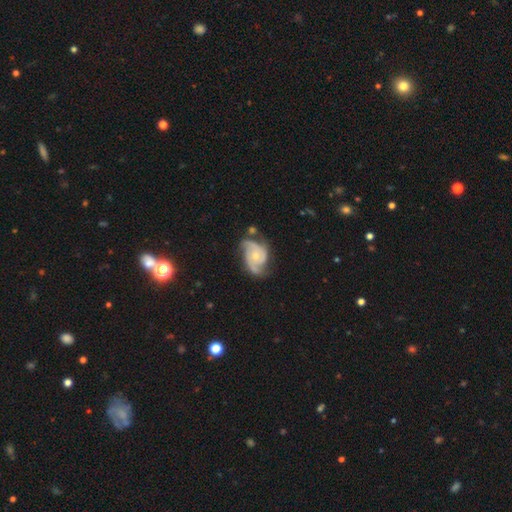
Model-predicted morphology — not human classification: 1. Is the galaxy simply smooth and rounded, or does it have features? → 82% featured or disk, 13% smooth, 5% star or artifact.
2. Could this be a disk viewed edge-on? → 98% no, 2% yes.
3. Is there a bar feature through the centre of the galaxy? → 75% no, 21% weak, 4% strong.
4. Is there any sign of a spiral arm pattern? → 94% yes, 6% no.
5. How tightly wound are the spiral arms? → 46% medium, 36% tight, 18% loose.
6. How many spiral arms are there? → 46% 2, 35% 3, 10% can't tell, 4% 1, 3% 4, 2% more than 4.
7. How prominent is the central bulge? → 52% small, 44% moderate, 2% large, 1% none, 1% dominant.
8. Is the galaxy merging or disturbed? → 49% none, 30% minor disturbance, 16% major disturbance, 6% merger.